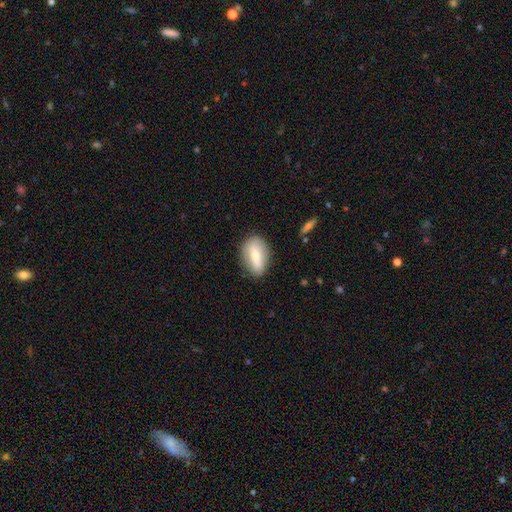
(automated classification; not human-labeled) This appears to be a smooth galaxy with no disk features (63%) that is in between round and cigar-shaped (84%). Merging: none (80%).